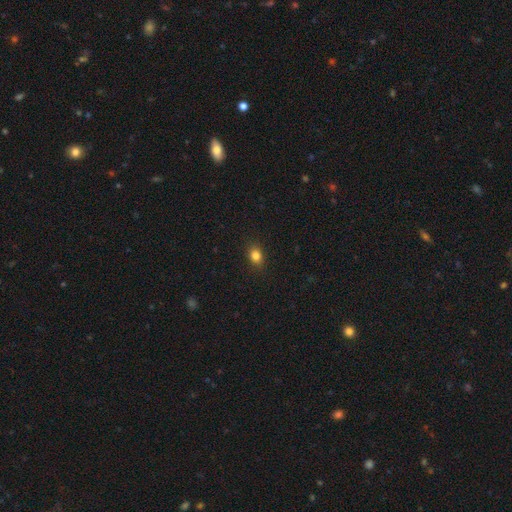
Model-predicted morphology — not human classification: smooth_or_featured: smooth (p=0.84) [alt: star or artifact p=0.11]
how_rounded: in between (p=0.59) [alt: round p=0.40]
merging: none (p=0.89) [alt: minor disturbance p=0.08]